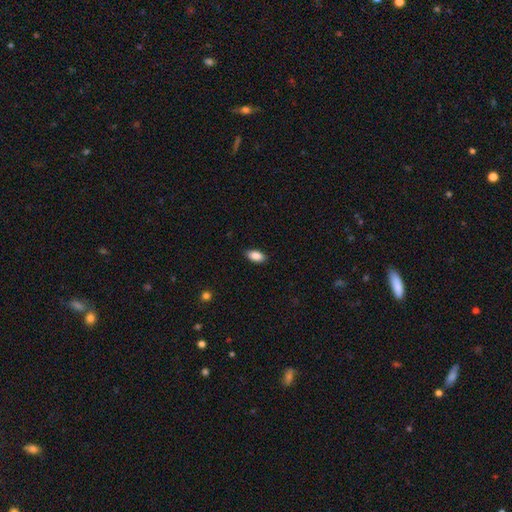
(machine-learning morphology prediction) Overall: smooth (88%). How rounded: in between (92%). Merging: none (88%).